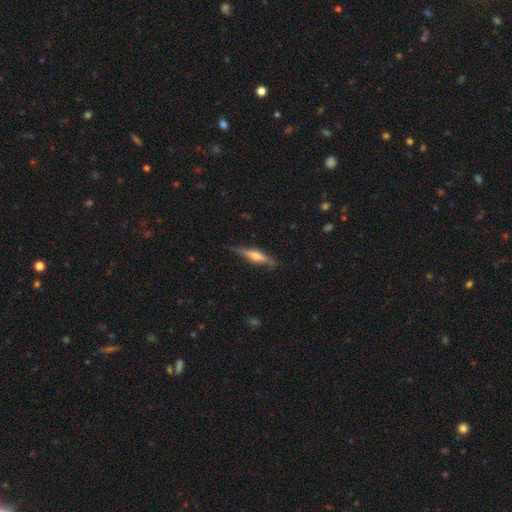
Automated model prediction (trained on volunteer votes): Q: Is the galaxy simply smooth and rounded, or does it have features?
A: featured or disk — 62%.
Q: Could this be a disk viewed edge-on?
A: yes — 94%.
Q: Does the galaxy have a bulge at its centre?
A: rounded — 76%.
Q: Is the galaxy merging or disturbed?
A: none — 76%.